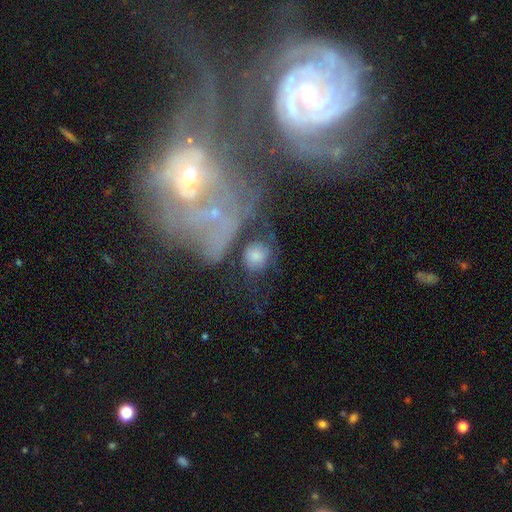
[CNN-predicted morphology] A smooth galaxy with no disk features (65%) that is round (74%).

Vote fractions:
- Smooth or featured? smooth: 65% / featured or disk: 22% / star or artifact: 13%
- How rounded? round: 74% / in between: 24% / cigar-shaped: 2%
- Merging? none: 53% / minor disturbance: 20% / major disturbance: 14% / merger: 13%